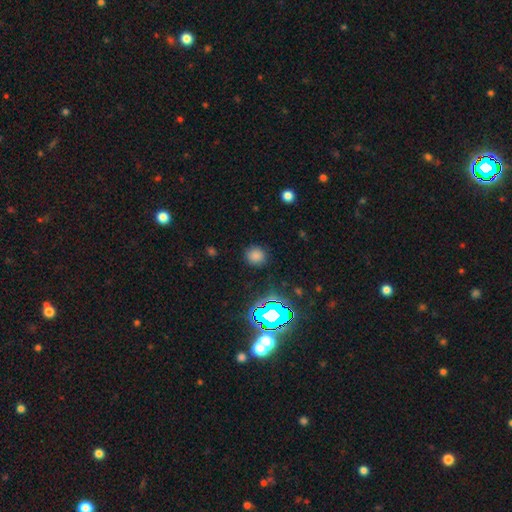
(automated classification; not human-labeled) A smooth galaxy with no disk features (74%) that is round (85%).

Vote fractions:
- Smooth or featured? smooth: 74% / star or artifact: 20% / featured or disk: 6%
- How rounded? round: 85% / in between: 13% / cigar-shaped: 1%
- Merging? none: 87% / minor disturbance: 8% / major disturbance: 3% / merger: 1%